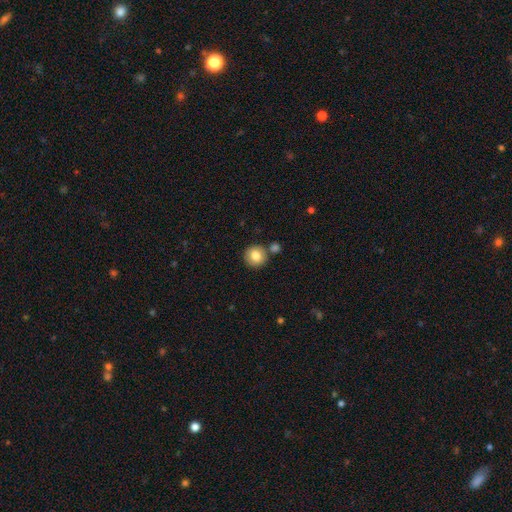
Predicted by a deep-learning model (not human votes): smooth_or_featured: smooth (p=0.82) [alt: featured or disk p=0.09]
how_rounded: round (p=0.92) [alt: in between p=0.07]
merging: none (p=0.78) [alt: merger p=0.11]